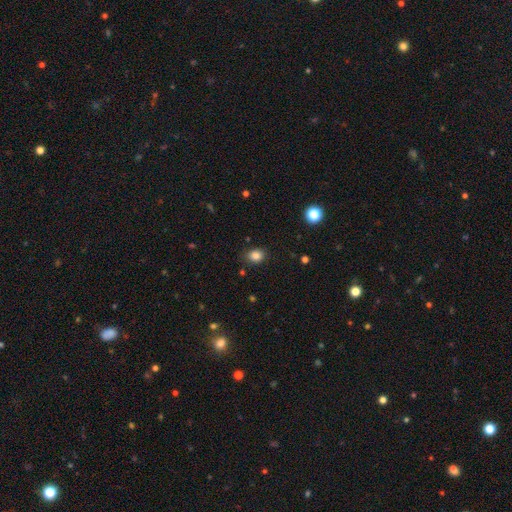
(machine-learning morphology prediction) This is clearly a smooth galaxy (84%). How rounded: possibly round (51%). Merging: clearly none (84%).